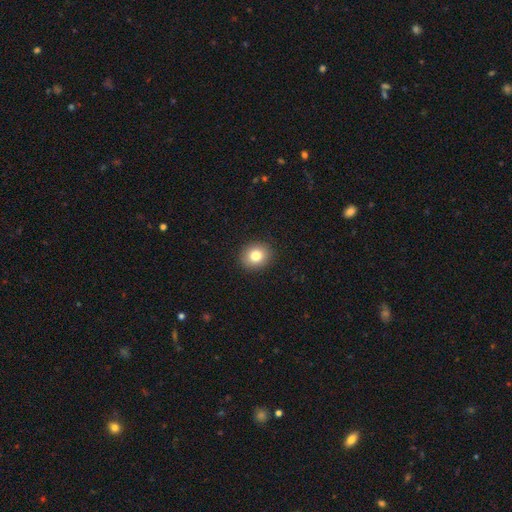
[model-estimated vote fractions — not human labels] smooth-or-featured: smooth: 81% | star or artifact: 10% | featured or disk: 9%
  how-rounded: round: 72% | in between: 27% | cigar-shaped: 1%
  merging: none: 91% | minor disturbance: 6% | major disturbance: 2% | merger: 1%